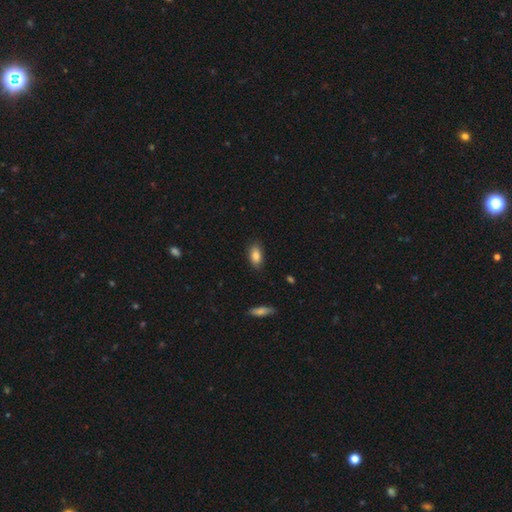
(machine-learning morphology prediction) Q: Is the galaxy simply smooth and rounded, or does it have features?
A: smooth — 85%.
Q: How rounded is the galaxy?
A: in between — 89%.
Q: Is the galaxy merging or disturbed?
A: none — 85%.